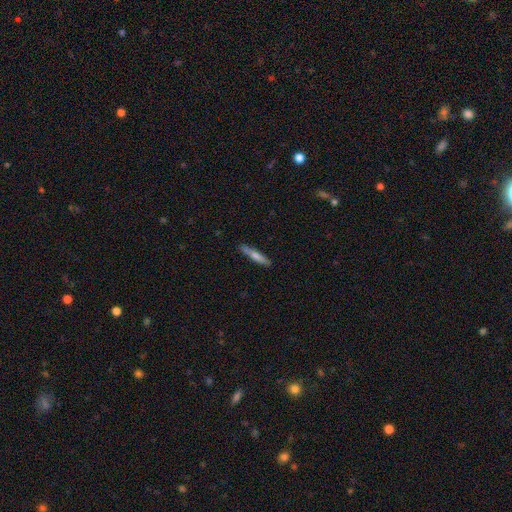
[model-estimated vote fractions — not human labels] The model was most divided on "smooth or featured": smooth: 54%, featured or disk: 40%, star or artifact: 6%. More confident: how rounded — cigar-shaped (92%); merging — none (87%).